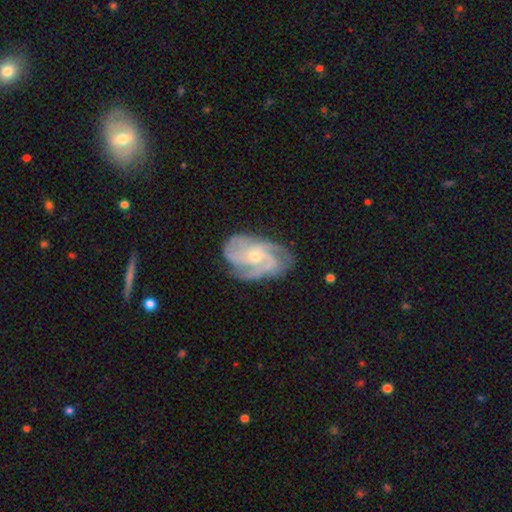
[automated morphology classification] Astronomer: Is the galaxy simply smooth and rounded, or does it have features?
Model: featured or disk — 88%.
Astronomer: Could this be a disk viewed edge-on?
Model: no — 97%.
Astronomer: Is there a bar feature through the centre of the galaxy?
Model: no — 66%.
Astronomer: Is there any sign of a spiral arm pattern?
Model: yes — 97%.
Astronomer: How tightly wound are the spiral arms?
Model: medium — 45%, tied with tight at 45%.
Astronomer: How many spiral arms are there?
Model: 3 — 50%.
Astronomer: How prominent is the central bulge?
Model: small — 56% (runner-up: moderate, 41%).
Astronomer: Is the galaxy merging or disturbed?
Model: none — 72%.